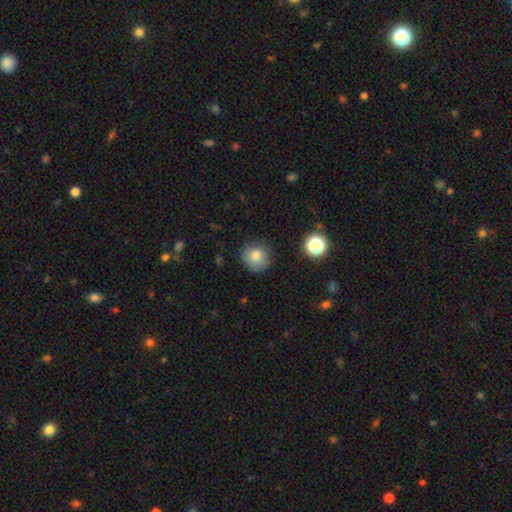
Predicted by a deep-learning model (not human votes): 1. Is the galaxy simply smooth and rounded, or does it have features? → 78% smooth, 11% star or artifact, 11% featured or disk.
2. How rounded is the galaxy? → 91% round, 9% in between, 1% cigar-shaped.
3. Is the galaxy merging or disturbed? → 78% none, 16% minor disturbance, 4% major disturbance, 2% merger.